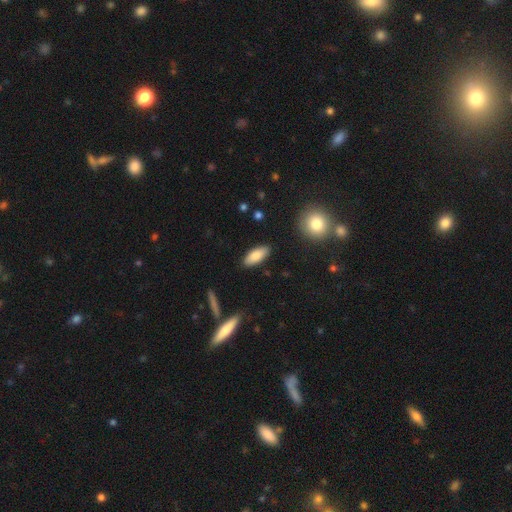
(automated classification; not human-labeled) This is clearly a smooth galaxy (83%). How rounded: clearly in between (82%). Merging: clearly none (88%).